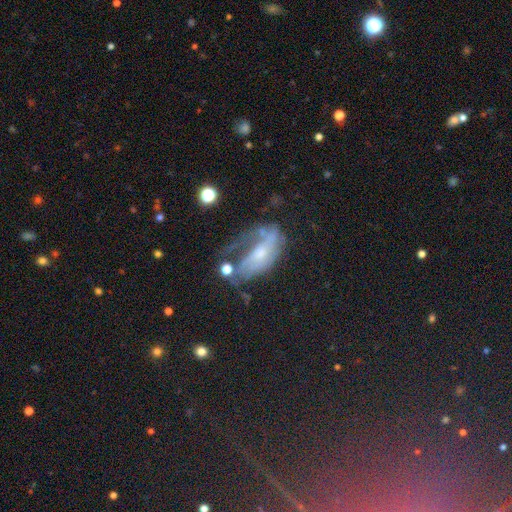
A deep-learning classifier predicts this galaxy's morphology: smooth_or_featured: featured or disk (p=0.43) [alt: star or artifact p=0.34]
merging: none (p=0.41) [alt: major disturbance p=0.28]